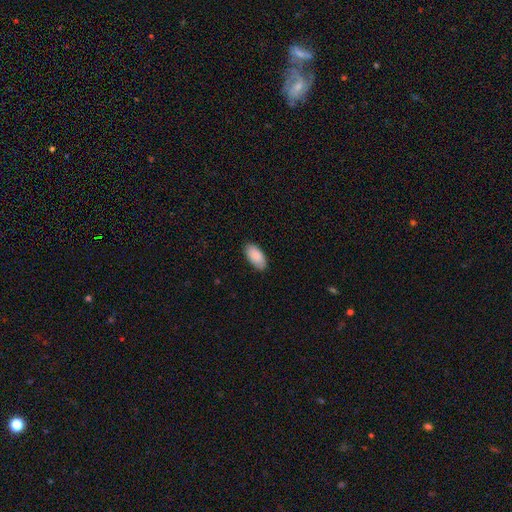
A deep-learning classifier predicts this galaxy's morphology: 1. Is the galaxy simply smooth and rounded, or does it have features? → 88% smooth, 6% featured or disk, 6% star or artifact.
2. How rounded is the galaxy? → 95% in between, 3% cigar-shaped, 2% round.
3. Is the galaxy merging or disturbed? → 84% none, 13% minor disturbance, 2% major disturbance, 1% merger.